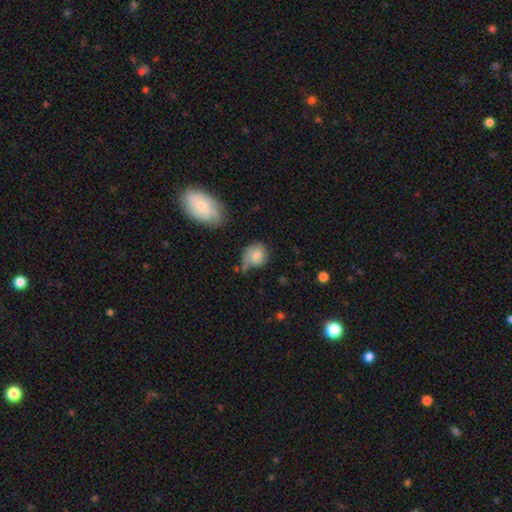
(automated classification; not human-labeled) This appears to be a smooth galaxy with no disk features (69%) that is round (61%). Merging: none (38%).